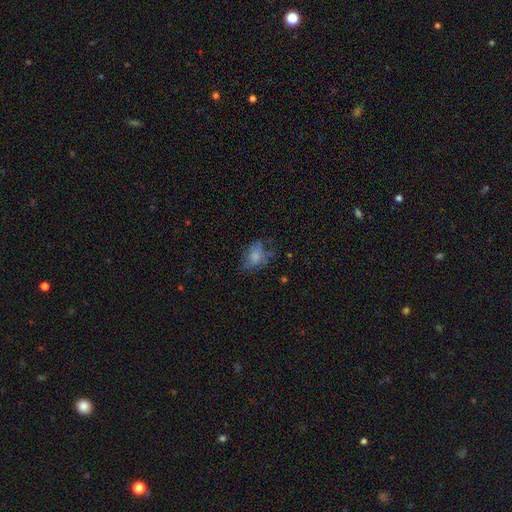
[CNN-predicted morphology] The model was most divided on "merging": none: 46%, minor disturbance: 29%, major disturbance: 22%, merger: 3%. More confident: how rounded — in between (81%); smooth or featured — smooth (72%).